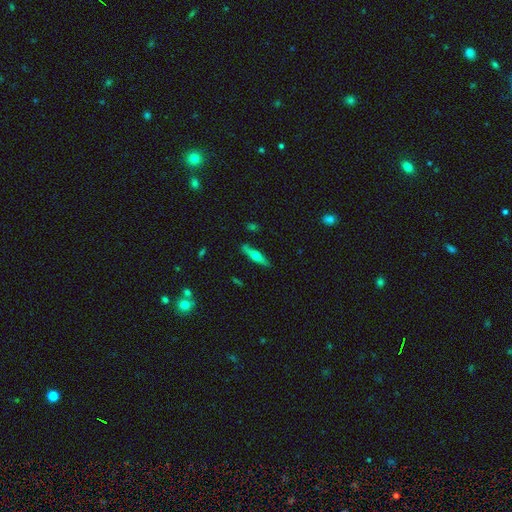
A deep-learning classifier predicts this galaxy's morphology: smooth_or_featured: featured or disk (p=0.49) [alt: smooth p=0.45]
merging: none (p=0.86) [alt: minor disturbance p=0.10]